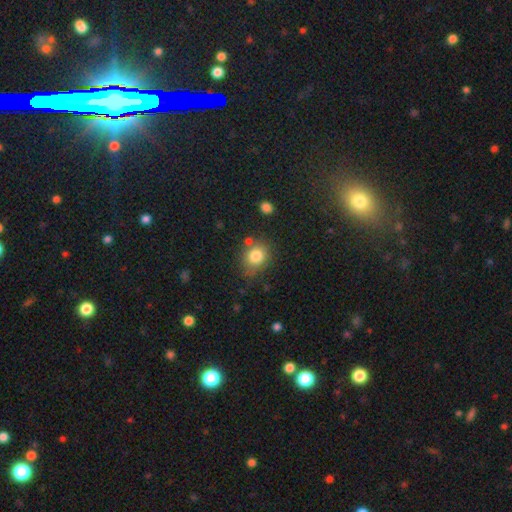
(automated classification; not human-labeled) This appears to be a smooth galaxy with no disk features (82%) that is round (67%). Merging: none (68%).